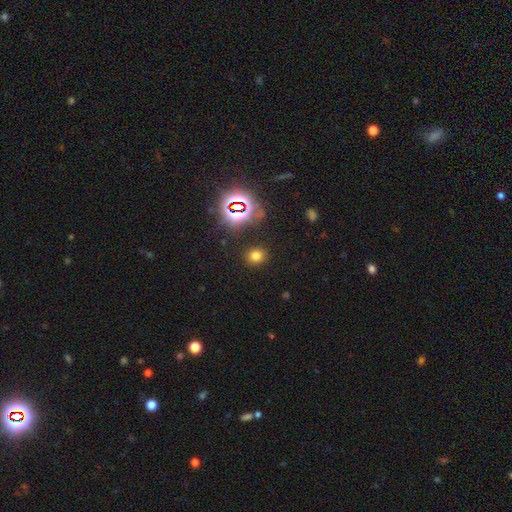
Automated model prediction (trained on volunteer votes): smooth_or_featured: smooth (p=0.69) [alt: star or artifact p=0.24]
how_rounded: round (p=0.70) [alt: in between p=0.28]
merging: none (p=0.87) [alt: minor disturbance p=0.08]